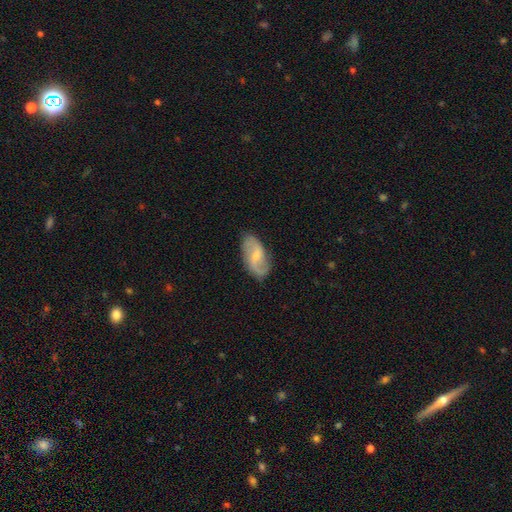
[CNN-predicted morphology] Smooth or featured? featured or disk (67%)
Edge-on disk? no (95%)
Bar? weak (56%)
Spiral arms? yes (91%)
Spiral winding? loose (53%)
Spiral arm count? 2 (85%)
Bulge size? small (51%)
Merging? none (77%)